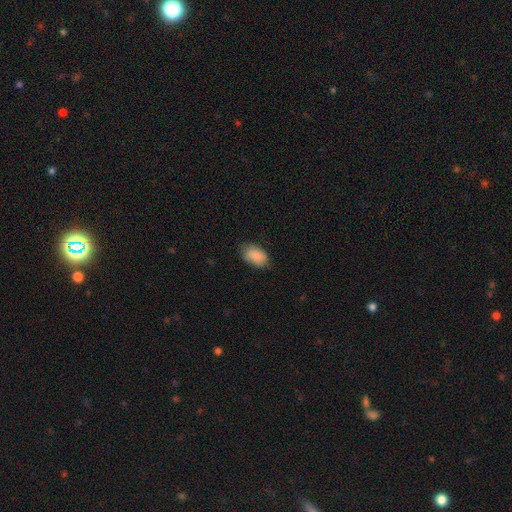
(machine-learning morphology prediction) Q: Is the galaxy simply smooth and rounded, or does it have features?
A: smooth — 88%.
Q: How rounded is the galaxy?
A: in between — 90%.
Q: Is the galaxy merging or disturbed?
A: none — 76%.